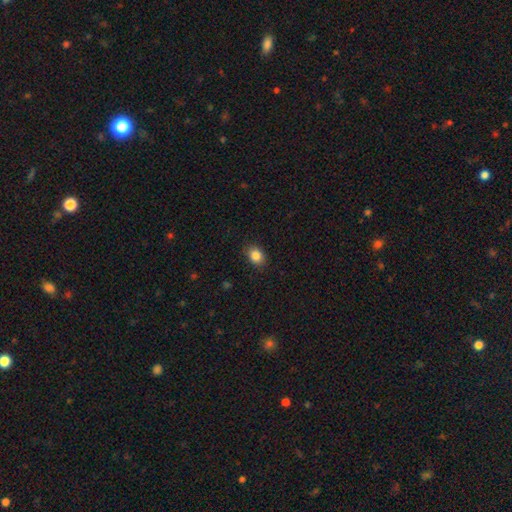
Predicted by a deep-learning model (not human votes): This is clearly a smooth galaxy (86%). How rounded: likely in between (63%). Merging: clearly none (86%).